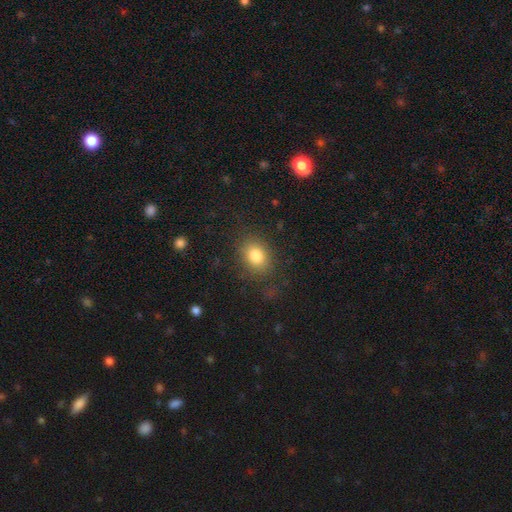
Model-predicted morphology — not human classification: The model was most divided on "how rounded": in between: 57%, round: 42%, cigar-shaped: 1%. More confident: smooth or featured — smooth (81%); merging — none (80%).